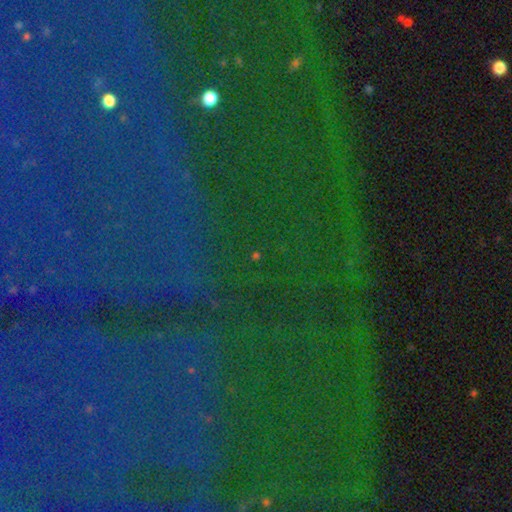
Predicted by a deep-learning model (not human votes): smooth_or_featured: star or artifact (p=0.75) [alt: smooth p=0.16]